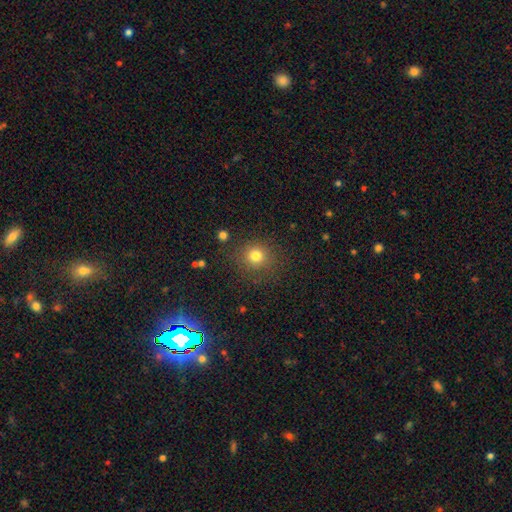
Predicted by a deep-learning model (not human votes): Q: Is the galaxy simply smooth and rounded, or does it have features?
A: smooth — 78%.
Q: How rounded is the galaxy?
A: round — 89%.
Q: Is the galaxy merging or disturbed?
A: none — 84%.